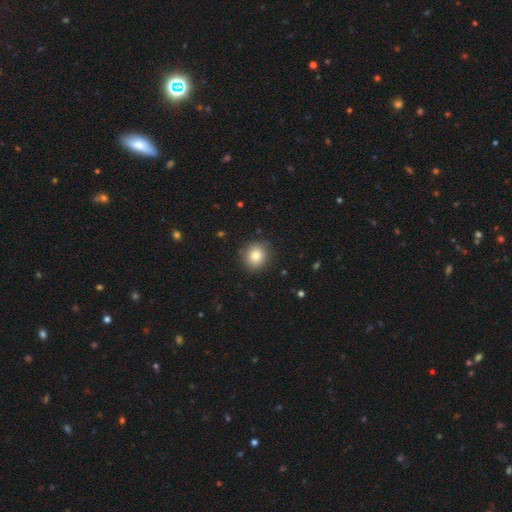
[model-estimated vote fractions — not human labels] smooth-or-featured: smooth: 82% | star or artifact: 10% | featured or disk: 8%
  how-rounded: round: 86% | in between: 13% | cigar-shaped: 1%
  merging: none: 88% | minor disturbance: 8% | major disturbance: 2% | merger: 1%